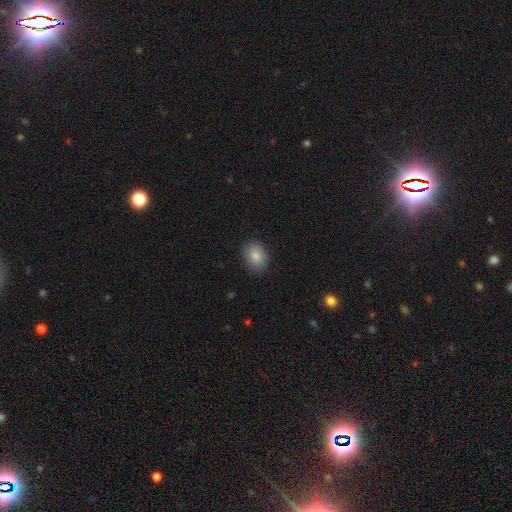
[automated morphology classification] Q: Smooth or featured?
A: smooth (85%); runner-up: star or artifact (8%)
Q: How rounded?
A: in between (65%); runner-up: round (34%)
Q: Merging?
A: none (85%); runner-up: minor disturbance (11%)